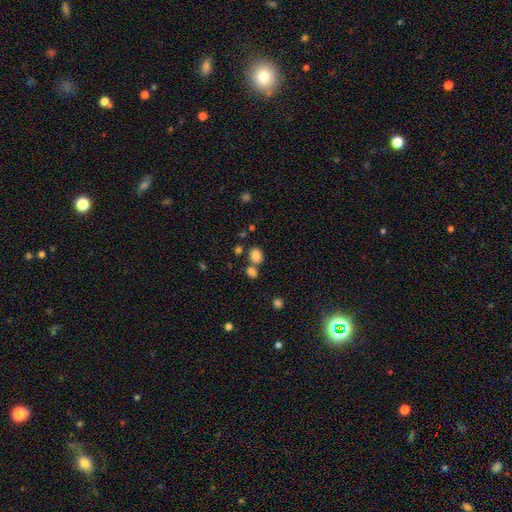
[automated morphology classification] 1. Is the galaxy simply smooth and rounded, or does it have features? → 82% smooth, 11% star or artifact, 6% featured or disk.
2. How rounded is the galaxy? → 61% round, 38% in between, 1% cigar-shaped.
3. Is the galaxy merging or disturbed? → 61% none, 26% merger, 10% minor disturbance, 4% major disturbance.